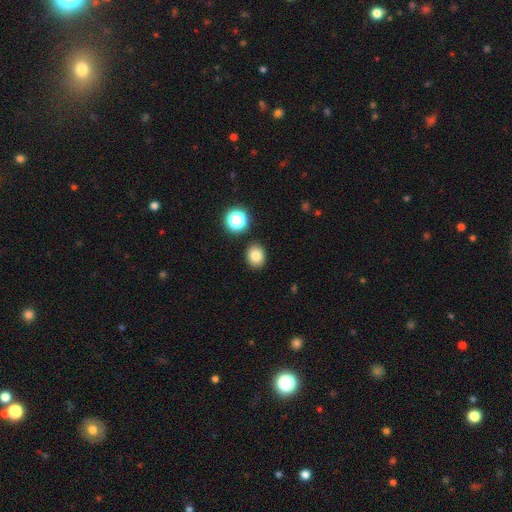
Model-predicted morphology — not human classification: Overall: smooth (80%). How rounded: round (61%; in between 38%). Merging: none (87%).